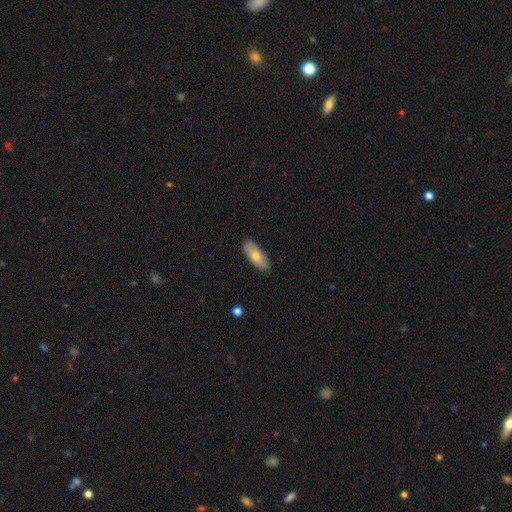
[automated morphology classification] This appears to be a smooth galaxy with no disk features (71%) that is in between round and cigar-shaped (75%). Merging: none (87%).